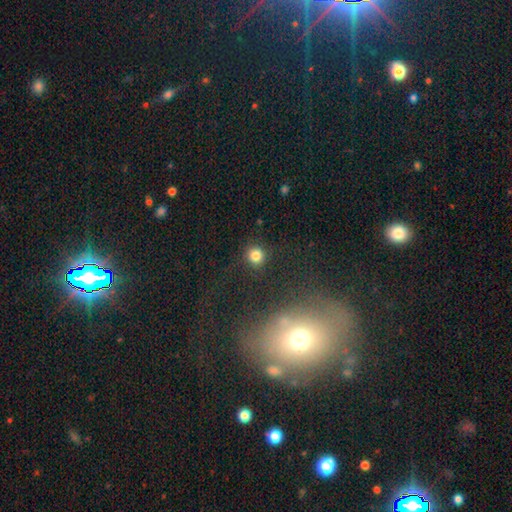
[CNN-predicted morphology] A smooth galaxy with no disk features (82%) that is round (93%). Merging: none (88%).